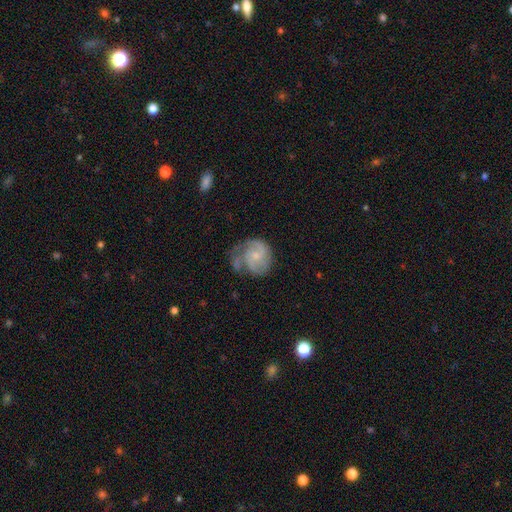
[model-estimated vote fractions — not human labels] Q: Smooth or featured?
A: featured or disk (74%); runner-up: smooth (20%)
Q: Edge-on disk?
A: no (98%); runner-up: yes (2%)
Q: Bar?
A: no (67%); runner-up: weak (29%)
Q: Spiral arms?
A: yes (92%); runner-up: no (8%)
Q: Spiral winding?
A: medium (43%); runner-up: tight (40%)
Q: Spiral arm count?
A: 2 (43%); runner-up: 3 (22%)
Q: Bulge size?
A: small (63%); runner-up: moderate (27%)
Q: Merging?
A: none (46%); runner-up: minor disturbance (27%)